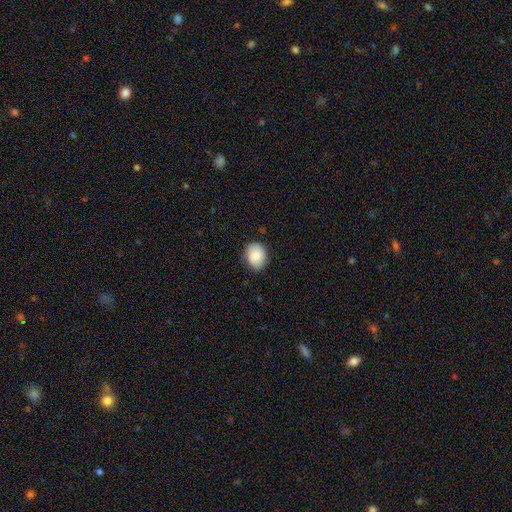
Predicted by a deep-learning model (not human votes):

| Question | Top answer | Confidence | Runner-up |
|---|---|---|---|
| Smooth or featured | smooth | 81% | featured or disk (11%) |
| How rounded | in between | 51% | round (48%) |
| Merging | none | 83% | minor disturbance (13%) |